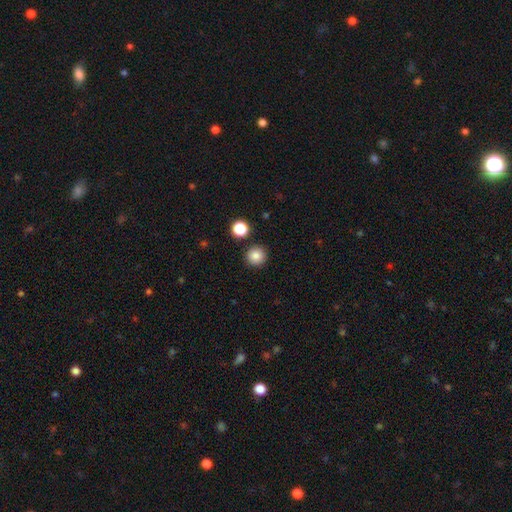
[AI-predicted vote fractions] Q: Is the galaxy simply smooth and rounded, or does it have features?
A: smooth — 85%.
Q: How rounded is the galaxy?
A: round — 94%.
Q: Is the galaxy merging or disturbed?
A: none — 90%.